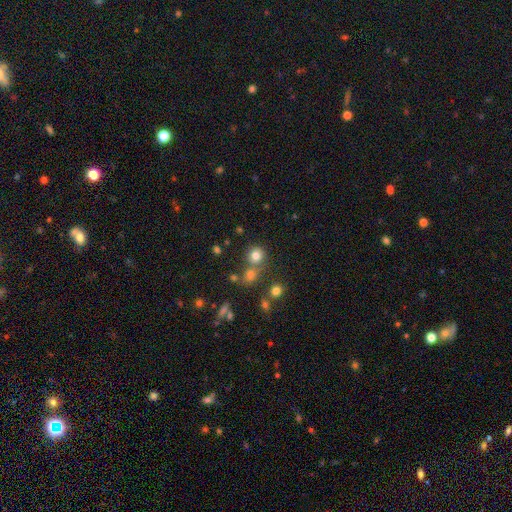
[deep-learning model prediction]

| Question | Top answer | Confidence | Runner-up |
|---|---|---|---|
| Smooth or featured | smooth | 77% | star or artifact (15%) |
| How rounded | round | 88% | in between (11%) |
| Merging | none | 65% | merger (22%) |